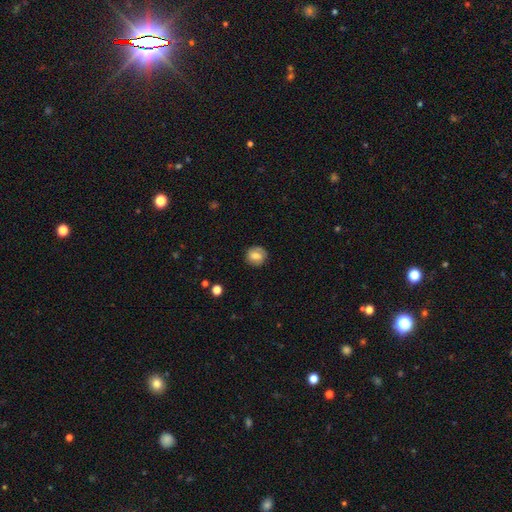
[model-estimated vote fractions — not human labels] smooth_or_featured: smooth (p=0.71) [alt: featured or disk p=0.20]
how_rounded: round (p=0.77) [alt: in between p=0.22]
merging: none (p=0.80) [alt: minor disturbance p=0.14]